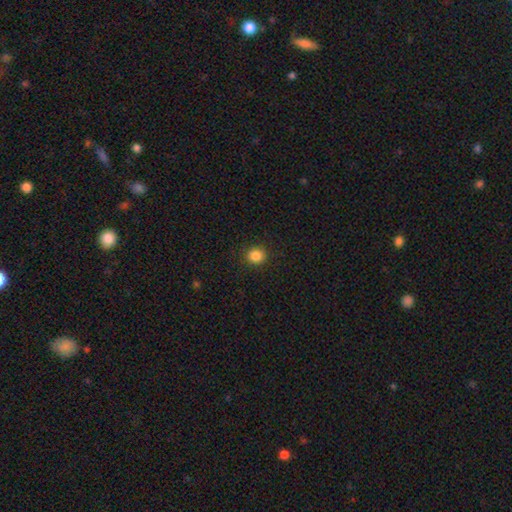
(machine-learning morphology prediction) Smooth or featured: smooth — 86% (star or artifact — 11%)
How rounded: round — 85% (in between — 14%)
Merging: none — 91% (minor disturbance — 6%)